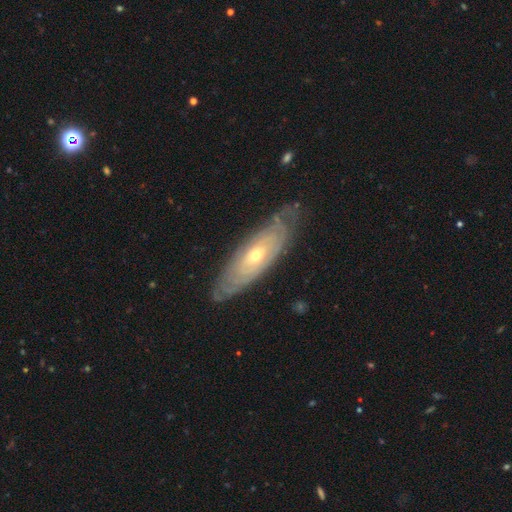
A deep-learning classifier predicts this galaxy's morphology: Smooth or featured?
  - featured or disk: 73% *
  - smooth: 21%
  - star or artifact: 6%
Edge-on disk?
  - no: 75% *
  - yes: 25%
Bar?
  - no: 81% *
  - weak: 15%
  - strong: 4%
Spiral arms?
  - yes: 70% *
  - no: 30%
Bulge size?
  - small: 52% *
  - moderate: 45%
  - large: 2%
  - none: 1%
  - dominant: 1%
Merging?
  - none: 76% *
  - minor disturbance: 18%
  - major disturbance: 4%
  - merger: 1%